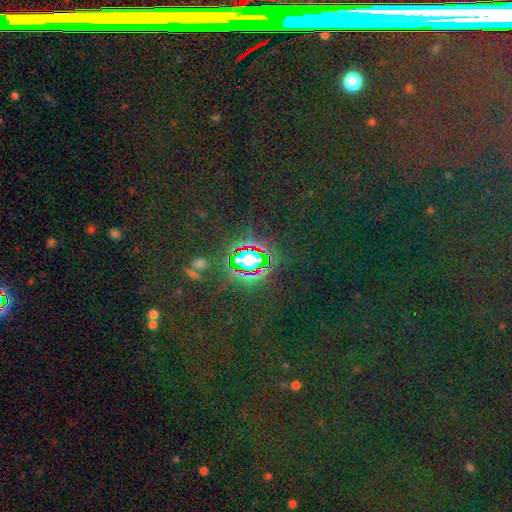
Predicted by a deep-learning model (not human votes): Overall: star or artifact (82%).